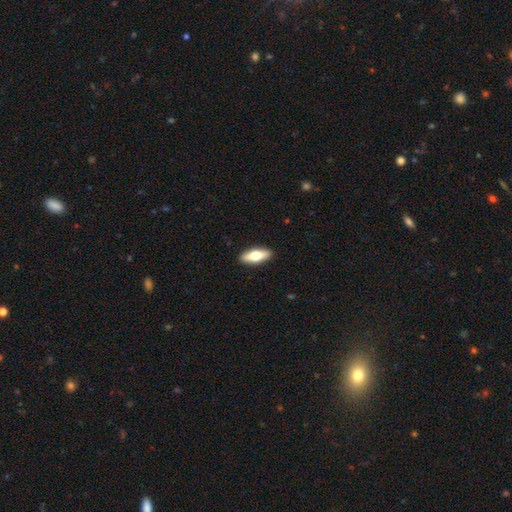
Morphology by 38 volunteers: Smooth or featured?
  - smooth: 50% *
  - featured or disk: 45%
  - star or artifact: 5%
How rounded?
  - in between: 79% *
  - cigar-shaped: 21%
  - round: 0%
Merging?
  - none: 89% *
  - minor disturbance: 11%
  - major disturbance: 0%
  - merger: 0%